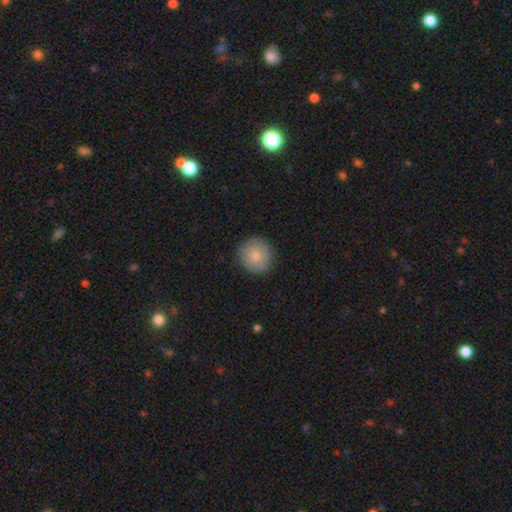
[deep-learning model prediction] Smooth or featured? Predicted: smooth (p=0.81). How rounded? Predicted: round (p=0.93). Merging? Predicted: none (p=0.88).